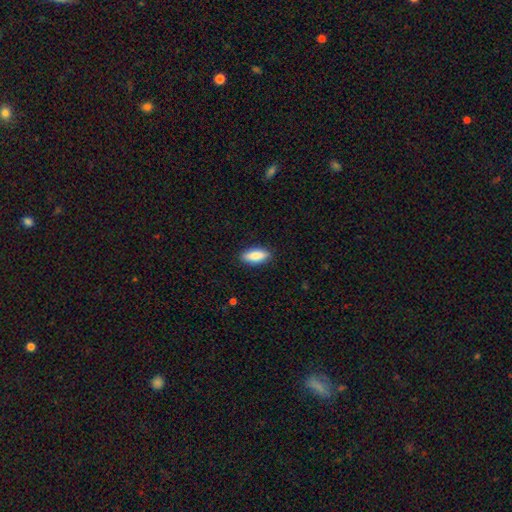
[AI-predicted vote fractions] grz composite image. It shows a smooth galaxy with no disk features (84%) that is in between round and cigar-shaped (80%). Merging: none (88%).